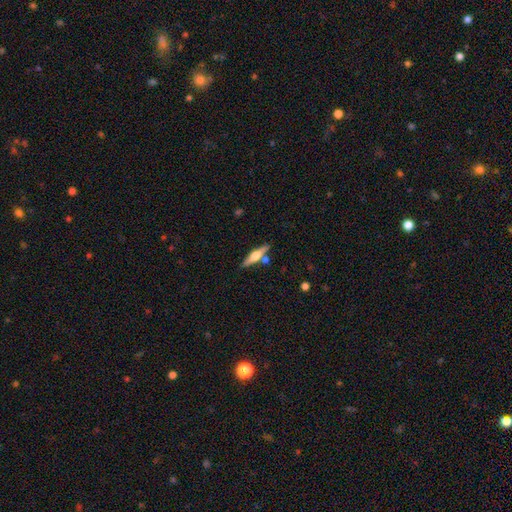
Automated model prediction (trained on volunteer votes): Q: Smooth or featured?
A: featured or disk (63%); runner-up: smooth (31%)
Q: Edge-on disk?
A: yes (96%); runner-up: no (4%)
Q: Edge-on bulge?
A: rounded (91%); runner-up: boxy (6%)
Q: Merging?
A: none (79%); runner-up: minor disturbance (10%)